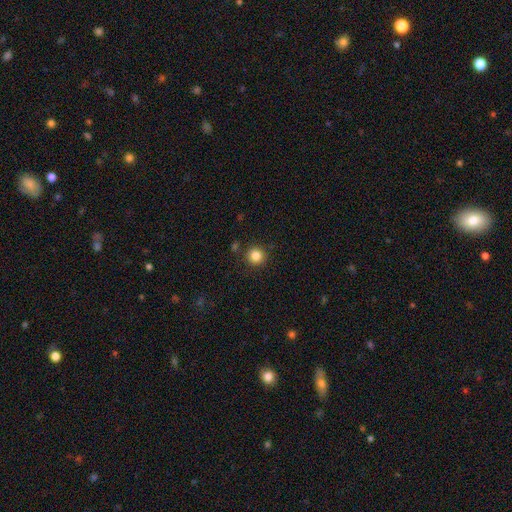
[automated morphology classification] The model was most divided on "smooth or featured": smooth: 85%, star or artifact: 11%, featured or disk: 4%. More confident: how rounded — round (94%); merging — none (88%).